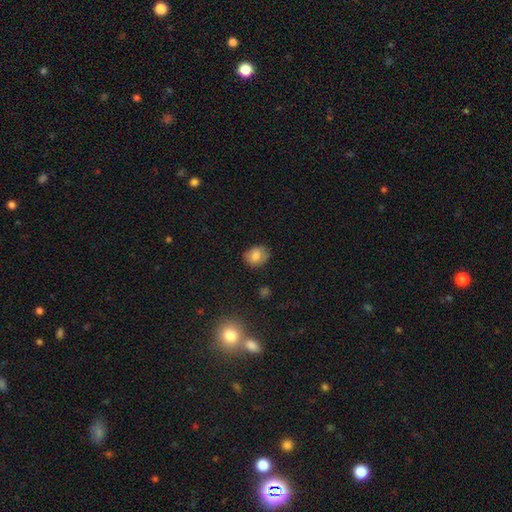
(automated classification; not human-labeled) smooth 76%, featured or disk 14%, star or artifact 10%. Down the decision tree: how rounded — round (50%); merging — none (73%).